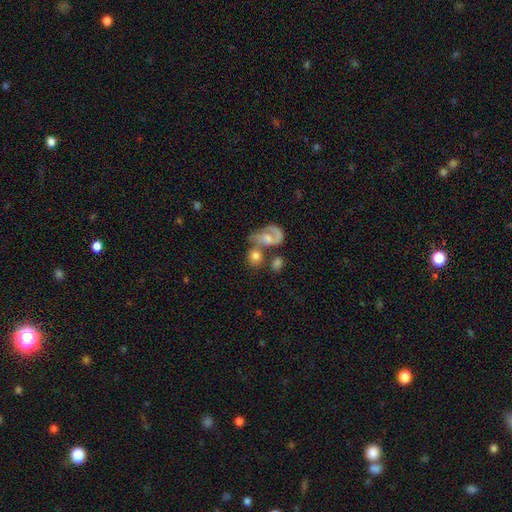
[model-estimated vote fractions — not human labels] This is likely a smooth galaxy (65%). How rounded: likely round (65%). Merging: marginally merger (41%).